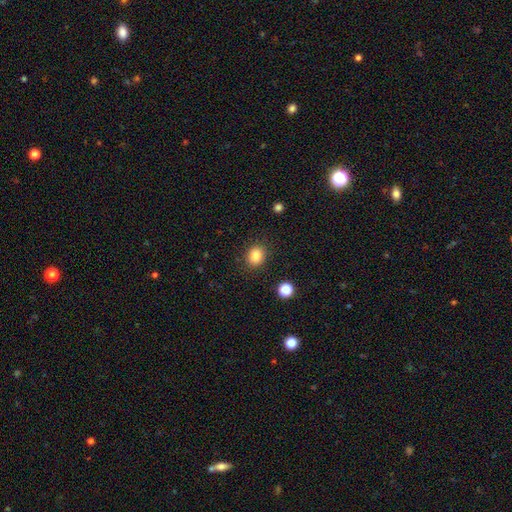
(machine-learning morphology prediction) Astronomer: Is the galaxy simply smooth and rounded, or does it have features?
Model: smooth — 85%.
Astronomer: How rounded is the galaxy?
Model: round — 60% (runner-up: in between, 39%).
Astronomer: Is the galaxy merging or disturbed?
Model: none — 87%.